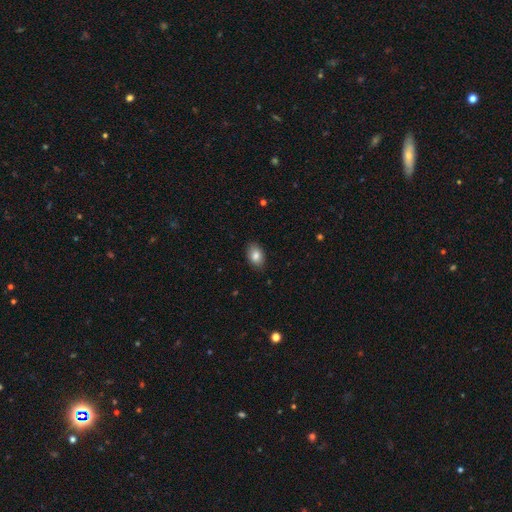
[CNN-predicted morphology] smooth_or_featured: smooth (p=0.84) [alt: featured or disk p=0.08]
how_rounded: in between (p=0.87) [alt: round p=0.12]
merging: none (p=0.86) [alt: minor disturbance p=0.11]